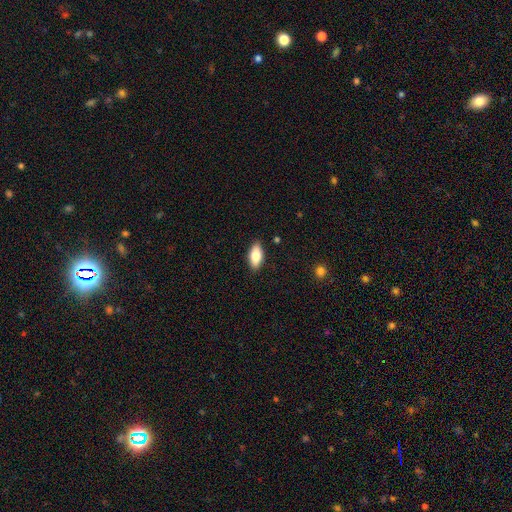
Q: Smooth or featured?
A: smooth (85%); runner-up: featured or disk (10%)
Q: How rounded?
A: in between (88%); runner-up: cigar-shaped (12%)
Q: Merging?
A: none (81%); runner-up: minor disturbance (11%)